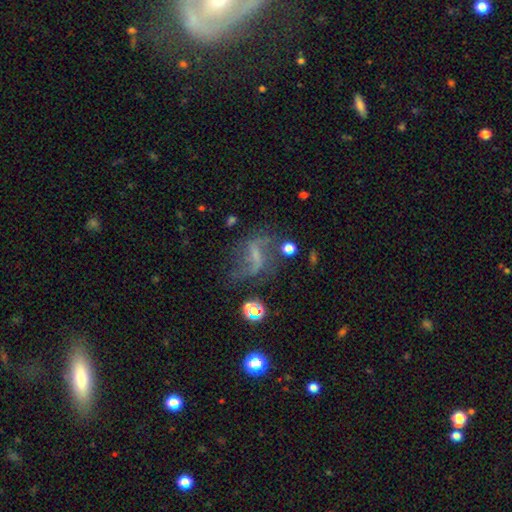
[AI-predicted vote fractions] Morphology: type=featured or disk (71%); edge-on=no (95%); bar=weak (44%); spiral arms=yes (84%); winding=loose (76%); arm count=2 (80%); bulge=small (52%); merging=none (56%).